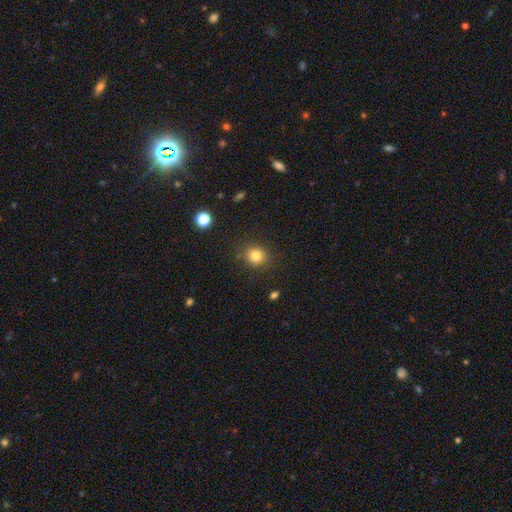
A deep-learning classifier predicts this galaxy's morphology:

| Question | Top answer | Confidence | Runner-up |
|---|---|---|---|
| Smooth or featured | smooth | 82% | star or artifact (12%) |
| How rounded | round | 81% | in between (18%) |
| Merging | none | 84% | minor disturbance (10%) |